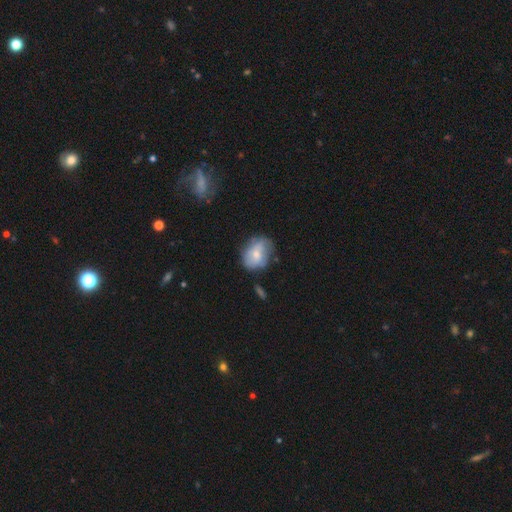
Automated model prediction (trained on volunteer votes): Q: Smooth or featured?
A: smooth (62%); runner-up: featured or disk (30%)
Q: How rounded?
A: in between (65%); runner-up: round (34%)
Q: Merging?
A: none (58%); runner-up: minor disturbance (29%)